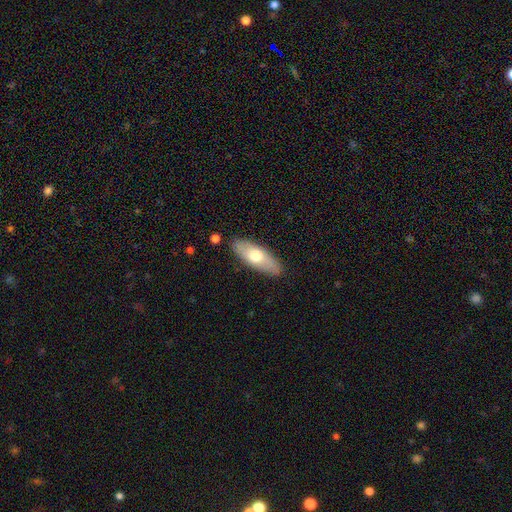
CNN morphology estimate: smooth-or-featured: smooth: 64% | featured or disk: 31% | star or artifact: 5%
  how-rounded: in between: 70% | cigar-shaped: 28% | round: 2%
  merging: none: 86% | minor disturbance: 10% | major disturbance: 2% | merger: 2%